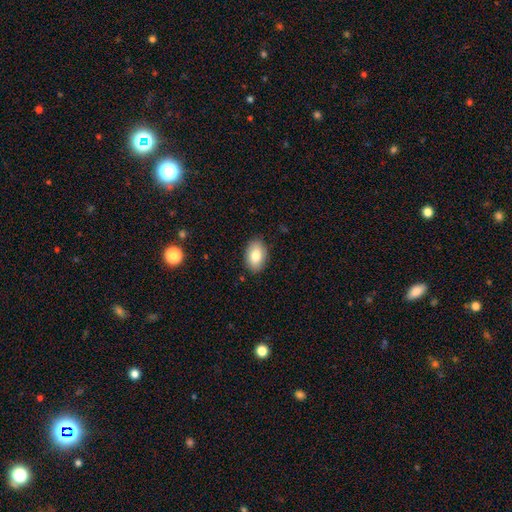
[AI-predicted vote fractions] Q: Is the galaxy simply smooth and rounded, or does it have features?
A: smooth — 82%.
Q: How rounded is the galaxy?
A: in between — 88%.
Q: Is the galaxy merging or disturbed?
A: none — 88%.